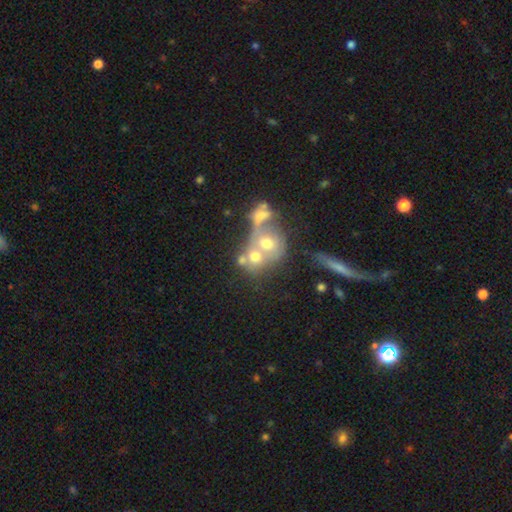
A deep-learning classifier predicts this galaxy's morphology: A smooth galaxy with no disk features (48%).

Vote fractions:
- Smooth or featured? smooth: 48% / featured or disk: 36% / star or artifact: 16%
- Merging? merger: 61% / none: 23% / major disturbance: 9% / minor disturbance: 8%